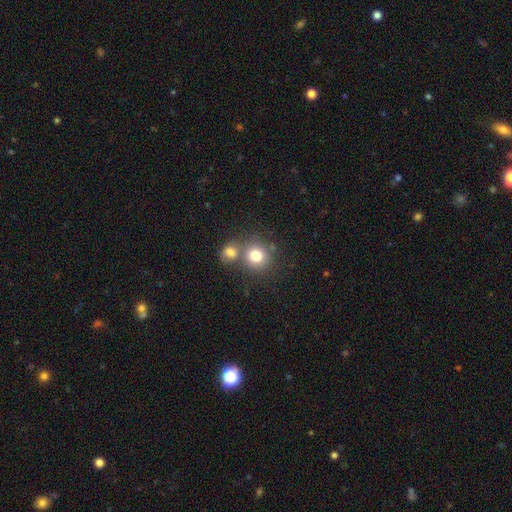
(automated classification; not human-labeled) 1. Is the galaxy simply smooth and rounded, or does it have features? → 78% smooth, 12% star or artifact, 11% featured or disk.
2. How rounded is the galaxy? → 87% round, 12% in between, 1% cigar-shaped.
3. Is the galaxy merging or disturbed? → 55% none, 34% merger, 8% minor disturbance, 3% major disturbance.